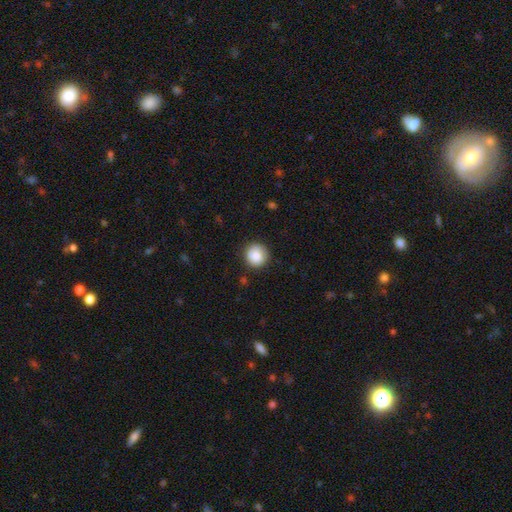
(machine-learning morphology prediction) This appears to be a smooth galaxy with no disk features (85%) that is round (93%). Merging: none (87%).